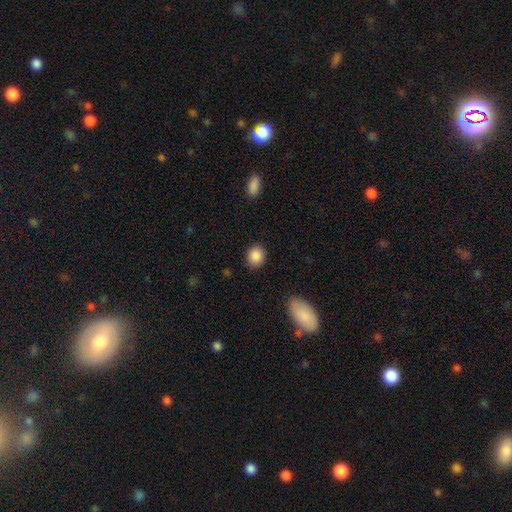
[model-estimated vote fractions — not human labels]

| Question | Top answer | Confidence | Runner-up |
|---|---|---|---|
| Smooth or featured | smooth | 89% | star or artifact (8%) |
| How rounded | round | 65% | in between (34%) |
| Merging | none | 88% | minor disturbance (8%) |